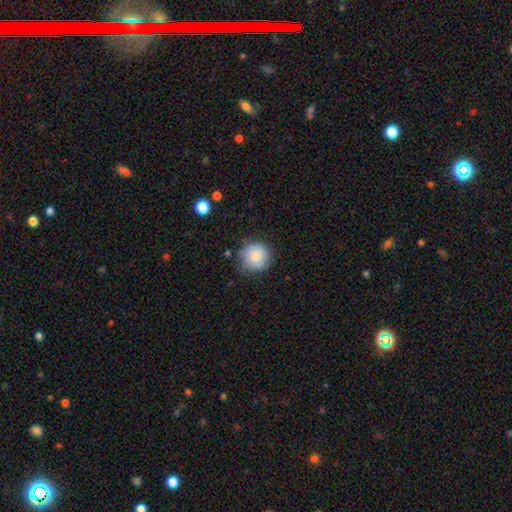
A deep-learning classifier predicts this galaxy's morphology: The model was most divided on "merging": none: 67%, minor disturbance: 25%, major disturbance: 5%, merger: 2%. More confident: how rounded — round (91%); smooth or featured — smooth (83%).